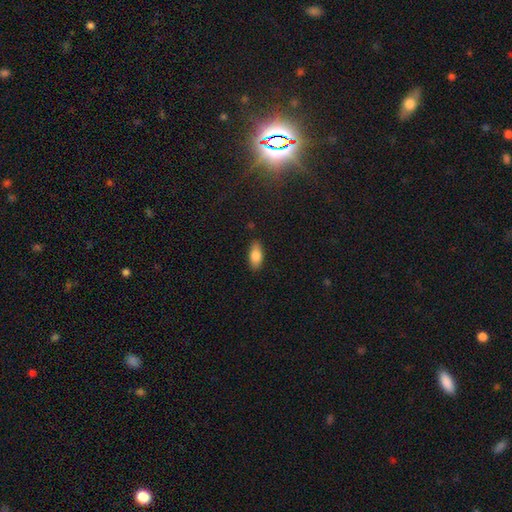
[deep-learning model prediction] This is clearly a smooth galaxy (83%). How rounded: clearly in between (87%). Merging: clearly none (85%).